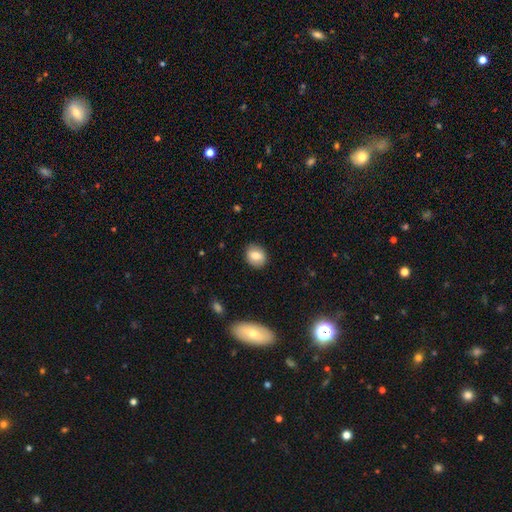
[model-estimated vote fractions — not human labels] Smooth or featured?
  - smooth: 78% *
  - featured or disk: 14%
  - star or artifact: 8%
How rounded?
  - round: 53% *
  - in between: 46%
  - cigar-shaped: 1%
Merging?
  - none: 88% *
  - minor disturbance: 9%
  - major disturbance: 2%
  - merger: 1%